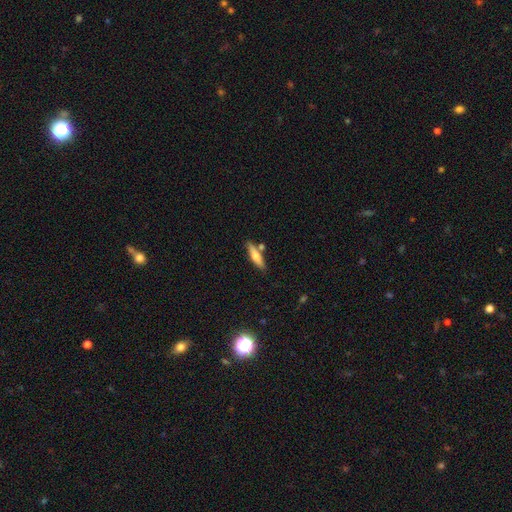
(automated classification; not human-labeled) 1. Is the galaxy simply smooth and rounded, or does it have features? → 56% smooth, 37% featured or disk, 6% star or artifact.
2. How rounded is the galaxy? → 74% cigar-shaped, 24% in between, 2% round.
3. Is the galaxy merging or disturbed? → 75% none, 12% minor disturbance, 10% merger, 3% major disturbance.